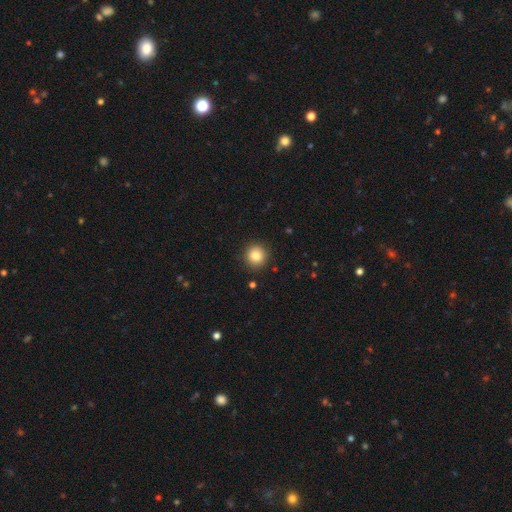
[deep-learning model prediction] Q: Smooth or featured?
A: smooth (85%); runner-up: star or artifact (10%)
Q: How rounded?
A: round (93%); runner-up: in between (6%)
Q: Merging?
A: none (90%); runner-up: minor disturbance (7%)